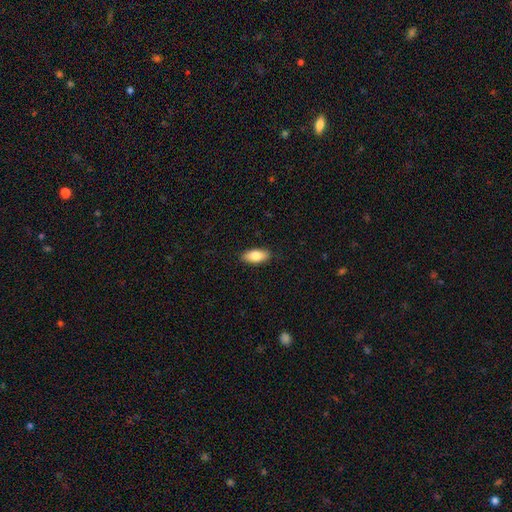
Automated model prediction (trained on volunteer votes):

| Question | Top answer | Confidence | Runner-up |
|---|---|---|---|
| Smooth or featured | smooth | 81% | featured or disk (13%) |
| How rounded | in between | 89% | cigar-shaped (8%) |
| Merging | none | 89% | minor disturbance (9%) |